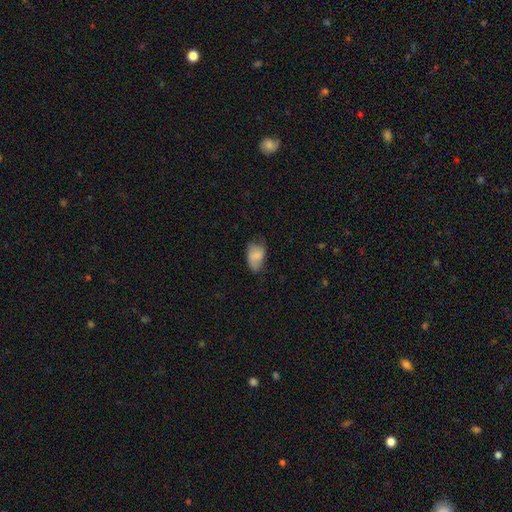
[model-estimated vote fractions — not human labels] Overall: smooth (73%). How rounded: in between (90%). Merging: none (47%; minor disturbance 36%).